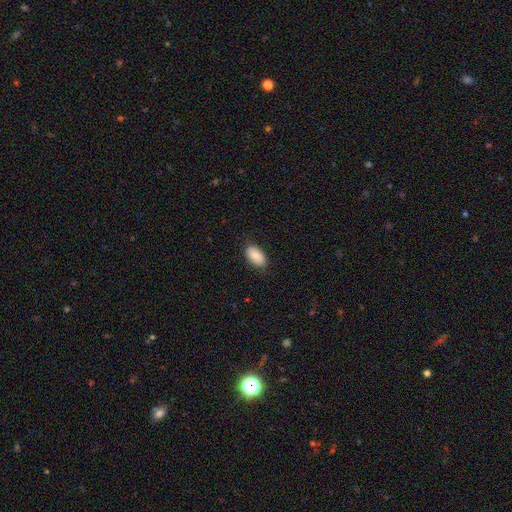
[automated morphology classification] Smooth or featured? Predicted: smooth (p=0.89). How rounded? Predicted: in between (p=0.94). Merging? Predicted: none (p=0.83).